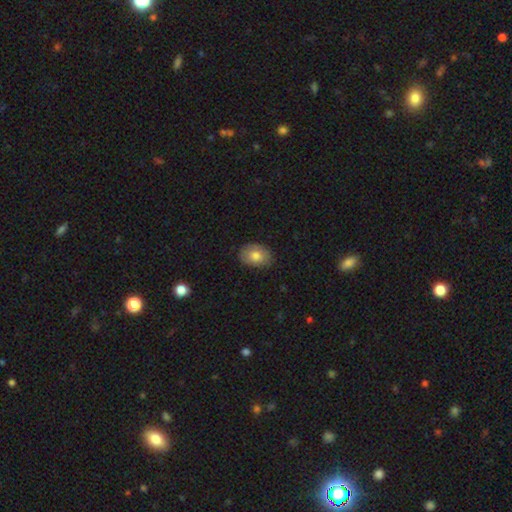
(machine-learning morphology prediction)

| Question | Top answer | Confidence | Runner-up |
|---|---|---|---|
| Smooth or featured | smooth | 78% | featured or disk (15%) |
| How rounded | in between | 79% | round (20%) |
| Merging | none | 83% | minor disturbance (14%) |